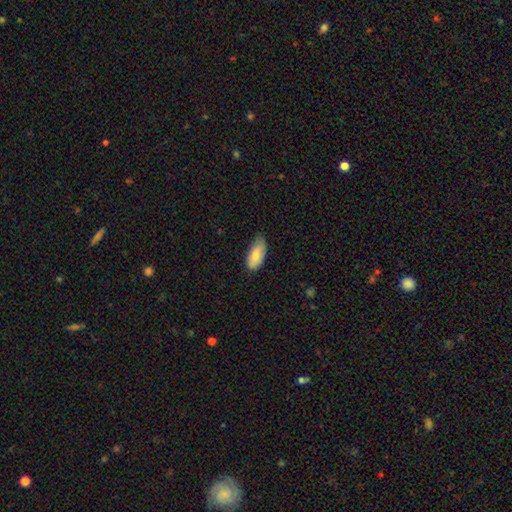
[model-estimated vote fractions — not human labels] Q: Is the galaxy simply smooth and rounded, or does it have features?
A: smooth — 82%.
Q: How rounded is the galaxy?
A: in between — 89%.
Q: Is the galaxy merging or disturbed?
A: none — 68%.